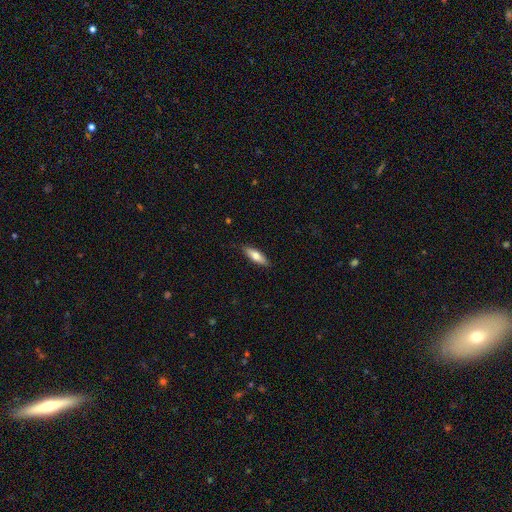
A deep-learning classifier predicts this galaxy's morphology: A smooth galaxy with no disk features (72%) that is in between round and cigar-shaped (51%).

Vote fractions:
- Smooth or featured? smooth: 72% / featured or disk: 22% / star or artifact: 6%
- How rounded? in between: 51% / cigar-shaped: 47% / round: 2%
- Merging? none: 86% / minor disturbance: 11% / major disturbance: 2% / merger: 1%